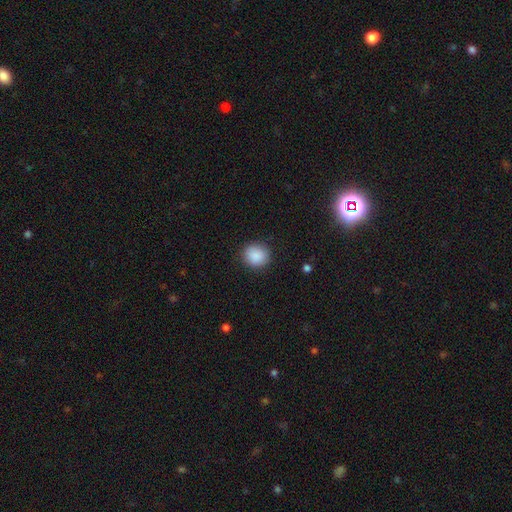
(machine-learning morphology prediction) type=smooth (89%); roundness=round (87%); merging=none (89%).